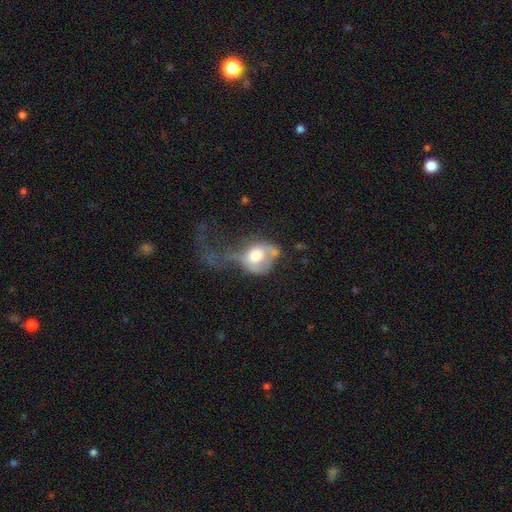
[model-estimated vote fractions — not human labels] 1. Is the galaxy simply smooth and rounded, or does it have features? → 55% smooth, 37% featured or disk, 8% star or artifact.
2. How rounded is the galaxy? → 52% round, 46% in between, 1% cigar-shaped.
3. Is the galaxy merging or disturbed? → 59% major disturbance, 16% minor disturbance, 13% none, 12% merger.